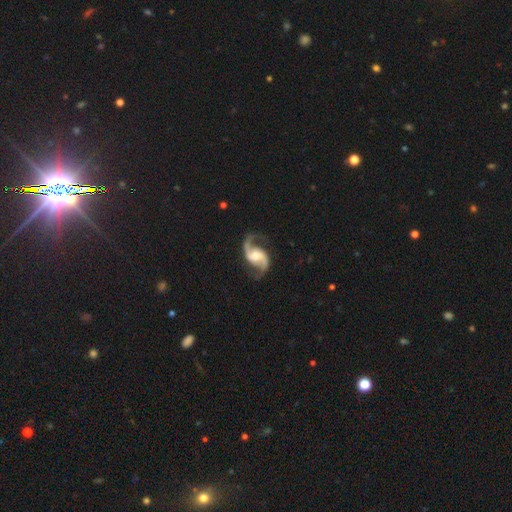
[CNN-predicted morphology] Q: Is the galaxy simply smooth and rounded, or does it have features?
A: featured or disk — 92%.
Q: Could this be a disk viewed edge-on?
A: no — 98%.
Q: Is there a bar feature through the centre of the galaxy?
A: weak — 41%.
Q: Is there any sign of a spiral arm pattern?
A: yes — 98%.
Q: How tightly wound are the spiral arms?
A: loose — 54%.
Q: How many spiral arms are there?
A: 2 — 94%.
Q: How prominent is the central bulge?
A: moderate — 52%.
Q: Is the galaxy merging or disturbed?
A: none — 79%.